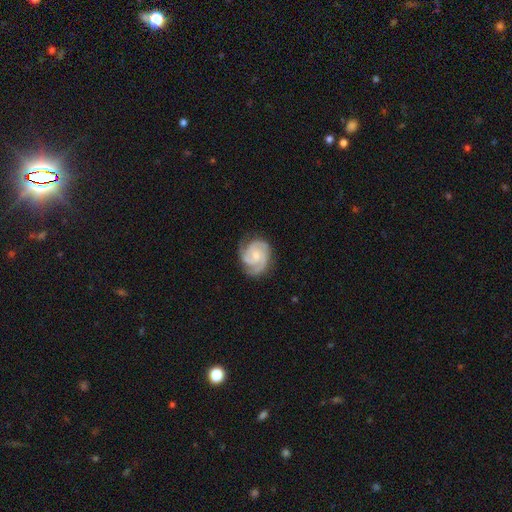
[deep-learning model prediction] A featured or disk galaxy (87%) with no bar (60%), 3 (49%) tight (58%) spiral arms (98%) and a small central bulge (48%).

Vote fractions:
- Smooth or featured? featured or disk: 87% / smooth: 9% / star or artifact: 4%
- Edge-on disk? no: 98% / yes: 2%
- Bar? no: 60% / weak: 35% / strong: 5%
- Spiral arms? yes: 98% / no: 2%
- Spiral winding? tight: 58% / medium: 37% / loose: 6%
- Spiral arm count? 3: 49% / 2: 32% / can't tell: 8% / 4: 4% / 1: 4% / more than 4: 3%
- Bulge size? small: 48% / moderate: 37% / none: 11% / large: 3% / dominant: 1%
- Merging? none: 73% / minor disturbance: 19% / major disturbance: 7% / merger: 1%